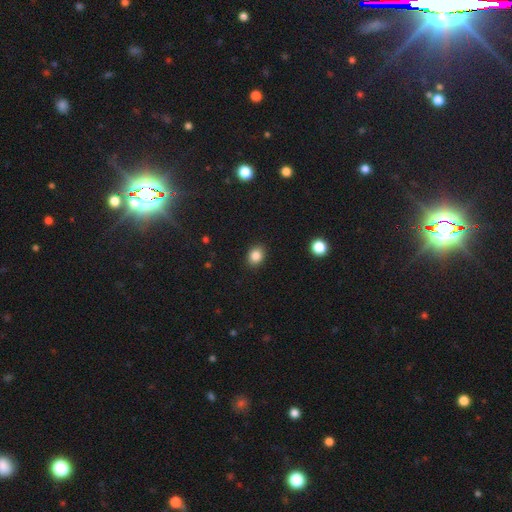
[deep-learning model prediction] smooth-or-featured: smooth: 85% | star or artifact: 10% | featured or disk: 5%
  how-rounded: in between: 52% | round: 47% | cigar-shaped: 1%
  merging: none: 90% | minor disturbance: 7% | major disturbance: 2% | merger: 1%